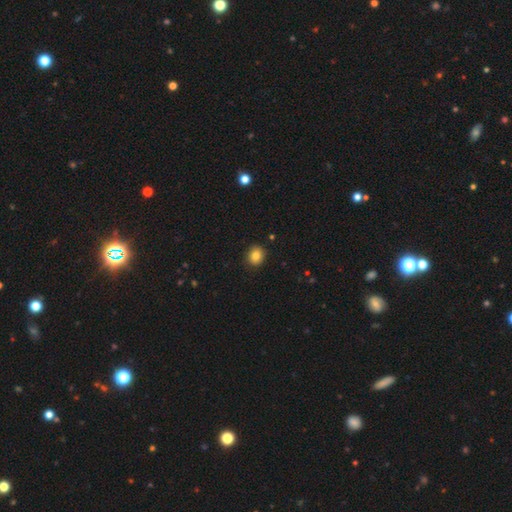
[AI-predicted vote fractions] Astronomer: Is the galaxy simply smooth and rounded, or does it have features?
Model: smooth — 84%.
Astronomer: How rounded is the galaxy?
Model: round — 67%.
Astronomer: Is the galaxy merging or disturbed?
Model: none — 89%.